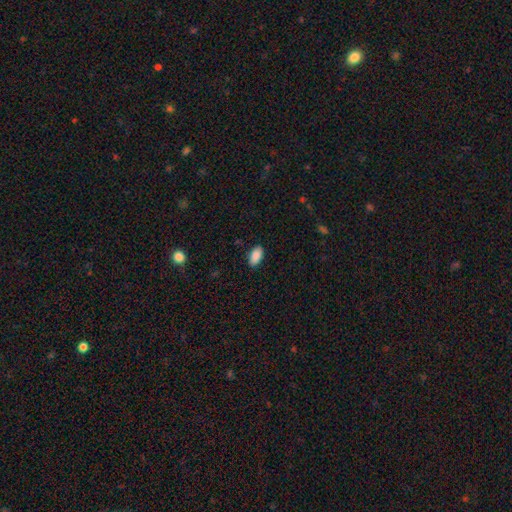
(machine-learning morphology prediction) Smooth or featured? Predicted: smooth (p=0.89). How rounded? Predicted: in between (p=0.94). Merging? Predicted: none (p=0.88).